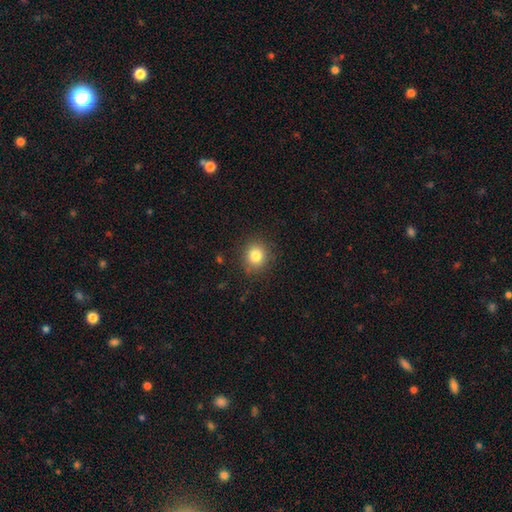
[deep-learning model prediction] The model was most divided on "how rounded": round: 84%, in between: 15%, cigar-shaped: 1%. More confident: merging — none (88%); smooth or featured — smooth (82%).